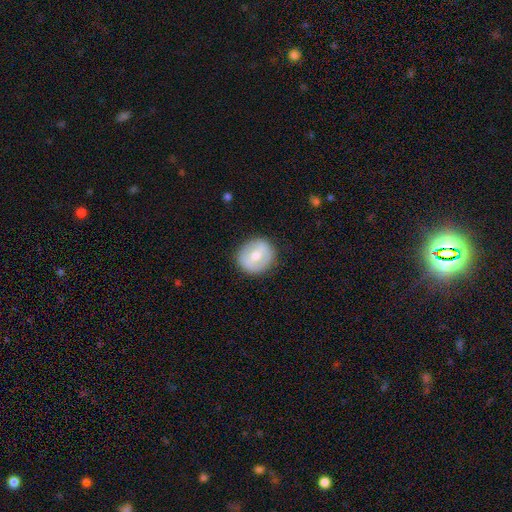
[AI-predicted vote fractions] Q: Smooth or featured?
A: smooth (56%); runner-up: featured or disk (38%)
Q: How rounded?
A: round (87%); runner-up: in between (12%)
Q: Merging?
A: none (87%); runner-up: minor disturbance (9%)